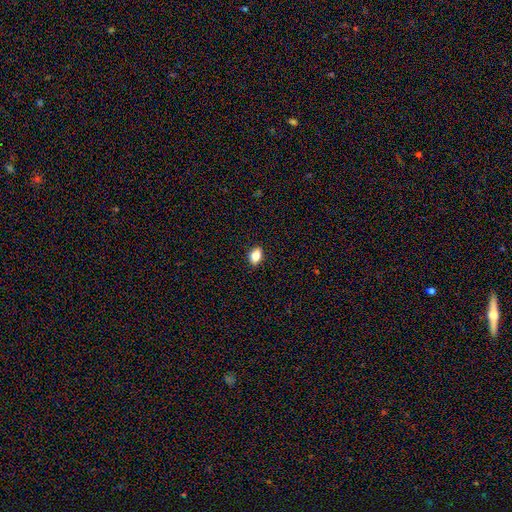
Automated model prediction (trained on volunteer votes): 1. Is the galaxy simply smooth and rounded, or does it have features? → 84% smooth, 9% star or artifact, 7% featured or disk.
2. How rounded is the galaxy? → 82% in between, 16% round, 2% cigar-shaped.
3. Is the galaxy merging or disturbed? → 89% none, 8% minor disturbance, 2% major disturbance, 1% merger.